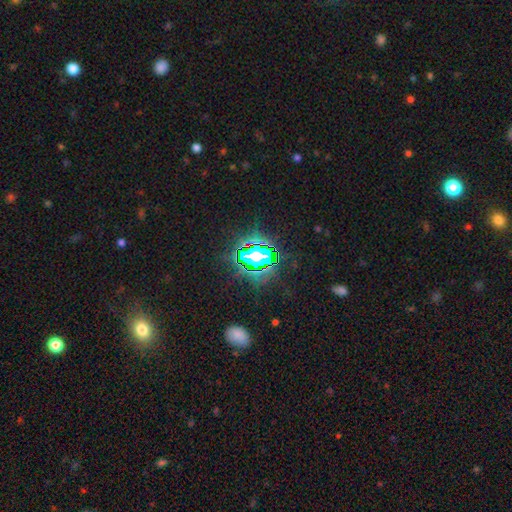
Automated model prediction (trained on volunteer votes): A star or artifact, not a galaxy (79%).